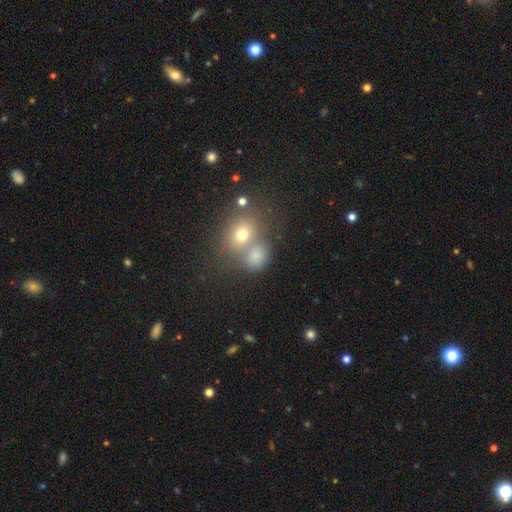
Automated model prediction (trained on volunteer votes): A smooth galaxy with no disk features (72%) that is round (63%). Merging: none (43%).